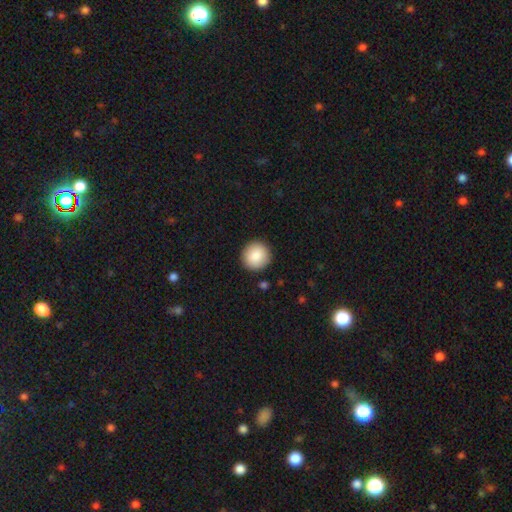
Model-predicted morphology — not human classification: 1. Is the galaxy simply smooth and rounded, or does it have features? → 88% smooth, 7% star or artifact, 5% featured or disk.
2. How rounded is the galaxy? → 94% round, 5% in between, 1% cigar-shaped.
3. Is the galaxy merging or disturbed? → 92% none, 6% minor disturbance, 2% major disturbance, 1% merger.